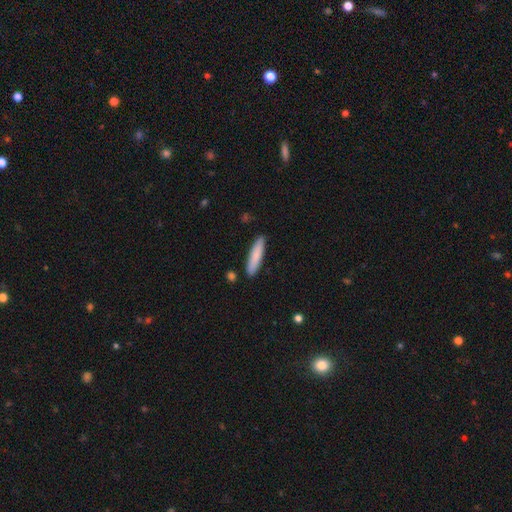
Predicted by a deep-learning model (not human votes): The model was most divided on "how rounded": cigar-shaped: 82%, in between: 17%, round: 1%. More confident: merging — none (87%); smooth or featured — smooth (83%).